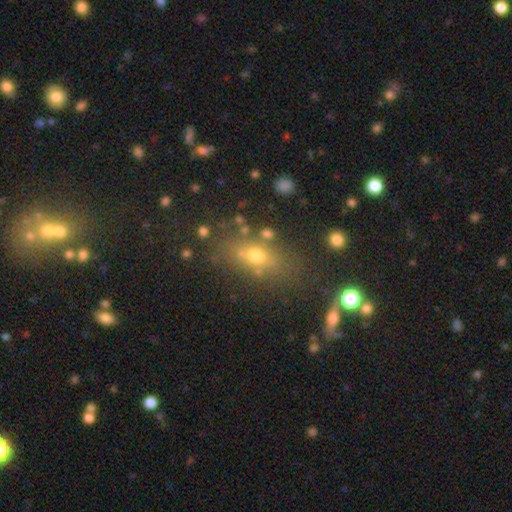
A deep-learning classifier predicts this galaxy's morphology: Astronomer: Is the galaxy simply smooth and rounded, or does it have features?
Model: smooth — 54%.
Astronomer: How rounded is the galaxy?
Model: in between — 63%.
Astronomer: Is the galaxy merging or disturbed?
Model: none — 72%.